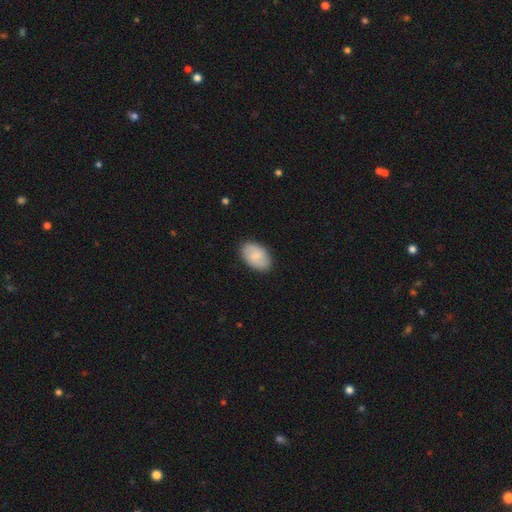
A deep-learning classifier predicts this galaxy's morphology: This appears to be a smooth galaxy with no disk features (74%) that is in between round and cigar-shaped (90%). Merging: none (86%).